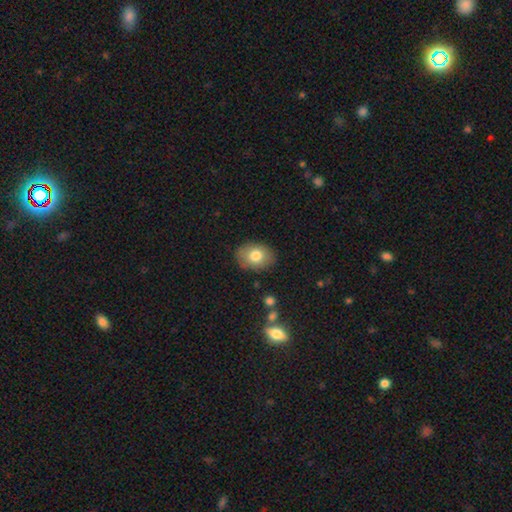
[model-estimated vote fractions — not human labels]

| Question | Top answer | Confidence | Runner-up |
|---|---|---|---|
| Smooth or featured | smooth | 78% | featured or disk (15%) |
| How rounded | in between | 74% | round (25%) |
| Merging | none | 84% | minor disturbance (12%) |